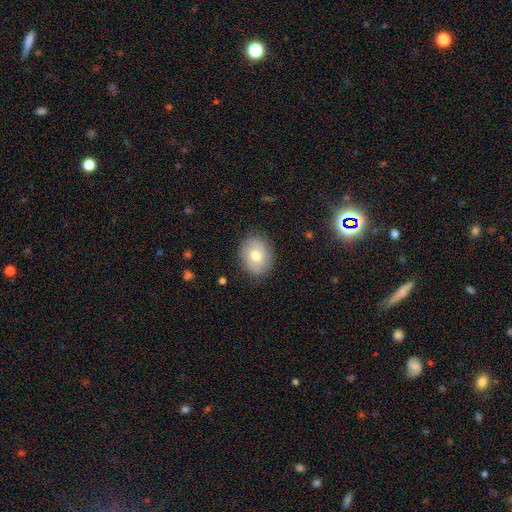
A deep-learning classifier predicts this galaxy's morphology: Smooth or featured?
  - smooth: 72% *
  - featured or disk: 20%
  - star or artifact: 8%
How rounded?
  - round: 55% *
  - in between: 44%
  - cigar-shaped: 1%
Merging?
  - none: 85% *
  - minor disturbance: 11%
  - major disturbance: 3%
  - merger: 1%